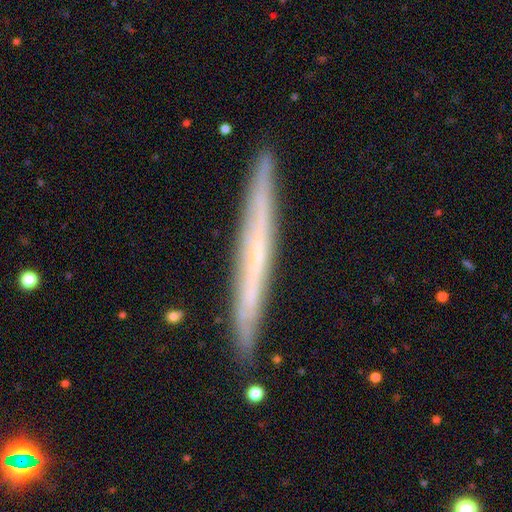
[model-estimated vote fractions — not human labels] This appears to be a featured or disk galaxy (58%) viewed edge-on (95%) with no central bulge (85%). Merging: none (90%).